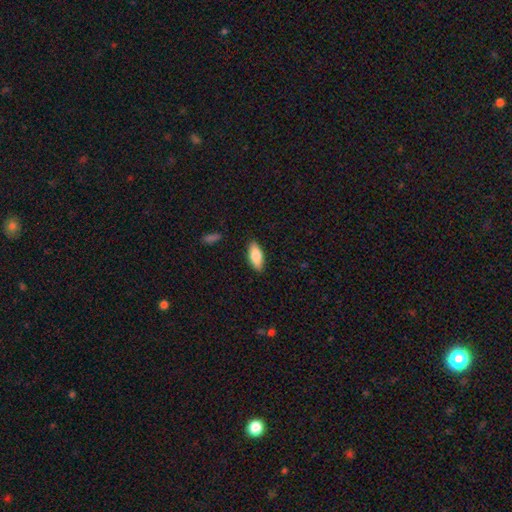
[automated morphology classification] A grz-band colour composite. It shows a smooth galaxy with no disk features (81%) that is in between round and cigar-shaped (79%). Merging: none (88%).